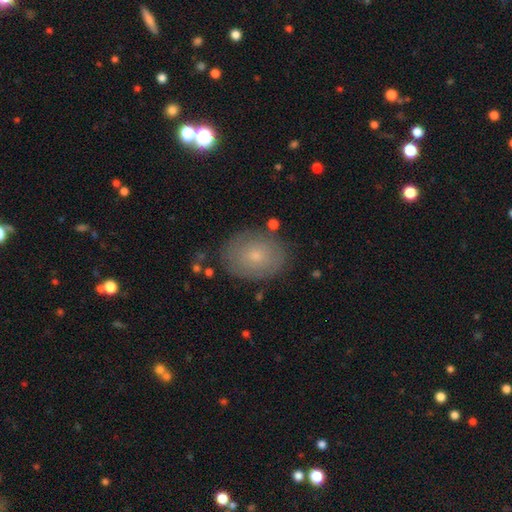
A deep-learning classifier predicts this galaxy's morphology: A smooth galaxy with no disk features (65%) that is in between round and cigar-shaped (66%).

Vote fractions:
- Smooth or featured? smooth: 65% / featured or disk: 25% / star or artifact: 11%
- How rounded? in between: 66% / round: 33% / cigar-shaped: 1%
- Merging? none: 81% / minor disturbance: 13% / major disturbance: 4% / merger: 2%